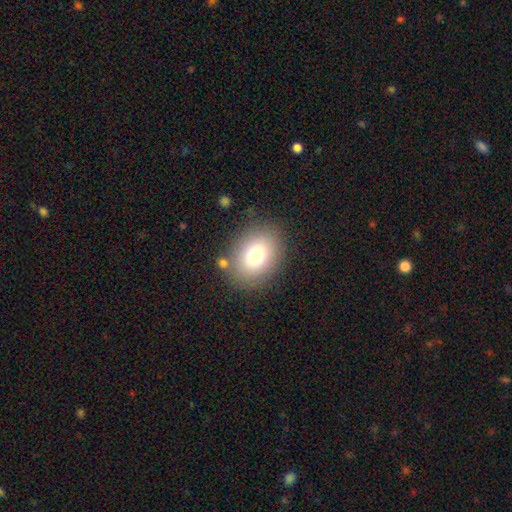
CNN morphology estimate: type=smooth (77%); roundness=in between (61%); merging=none (81%).